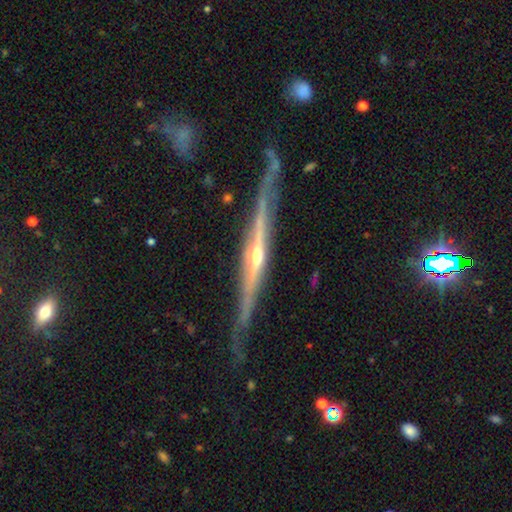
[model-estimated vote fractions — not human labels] The model was most divided on "merging": none: 72%, minor disturbance: 20%, major disturbance: 6%, merger: 3%. More confident: edge-on disk — yes (96%); smooth or featured — featured or disk (86%); edge-on bulge — rounded (79%).